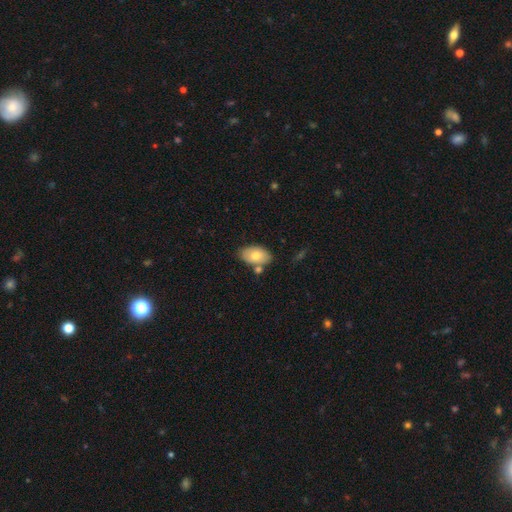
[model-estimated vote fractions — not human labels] Smooth or featured? smooth (75%)
How rounded? in between (92%)
Merging? none (68%)